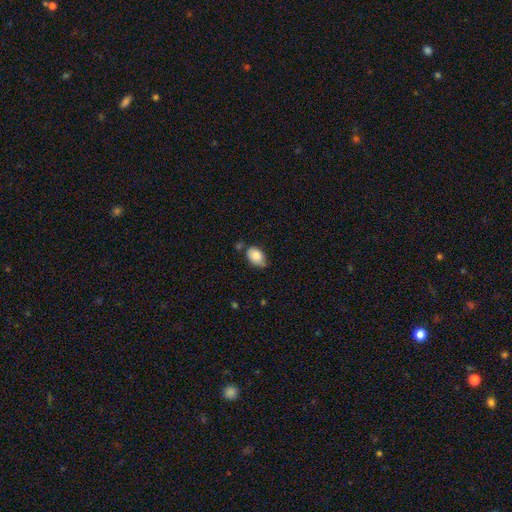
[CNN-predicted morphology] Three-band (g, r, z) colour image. It shows a smooth galaxy with no disk features (84%) that is in between round and cigar-shaped (86%). Merging: none (55%).